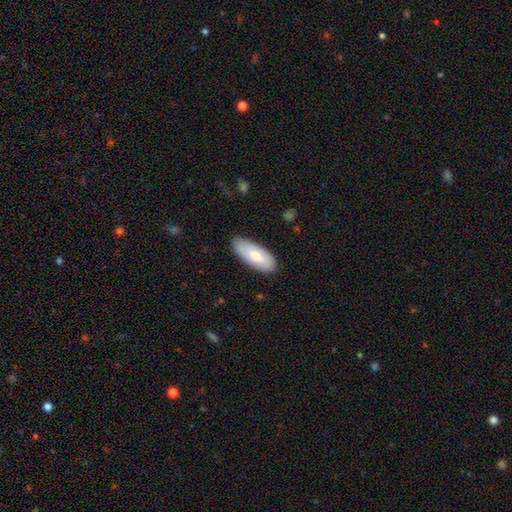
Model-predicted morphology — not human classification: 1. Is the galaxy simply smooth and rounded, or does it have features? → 66% smooth, 28% featured or disk, 6% star or artifact.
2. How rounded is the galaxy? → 80% in between, 18% cigar-shaped, 2% round.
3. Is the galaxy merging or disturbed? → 85% none, 12% minor disturbance, 2% major disturbance, 1% merger.